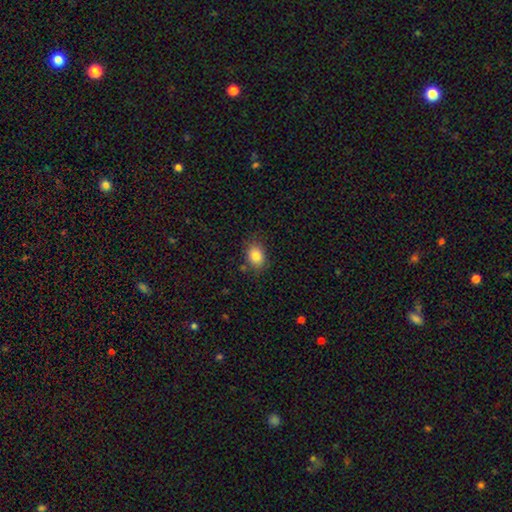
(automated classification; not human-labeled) This is clearly a smooth galaxy (84%). How rounded: likely in between (64%). Merging: likely none (79%).